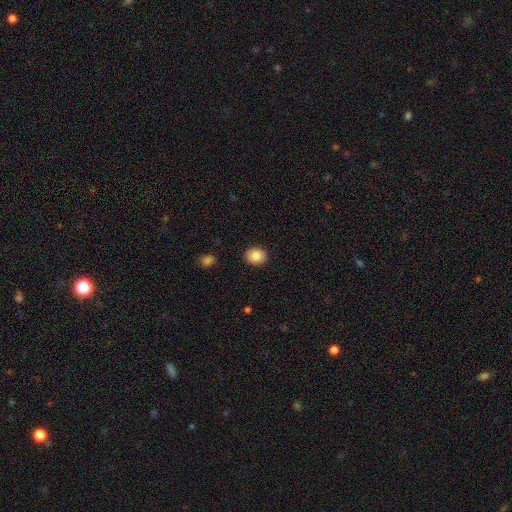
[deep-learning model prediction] smooth_or_featured: smooth (p=0.86) [alt: star or artifact p=0.08]
how_rounded: round (p=0.50) [tied with: in between p=0.50]
merging: none (p=0.90) [alt: minor disturbance p=0.07]